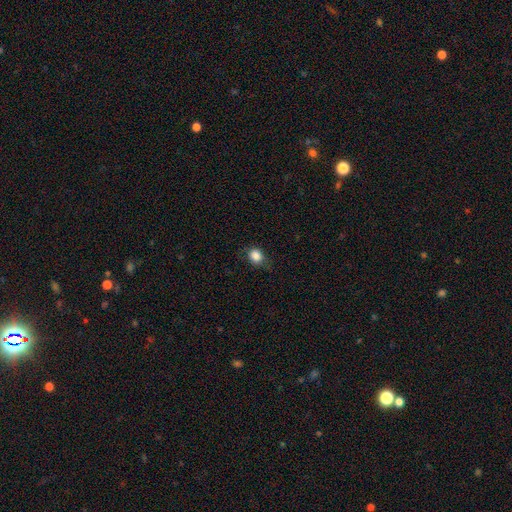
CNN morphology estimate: This is clearly a smooth galaxy (85%). How rounded: likely round (69%). Merging: likely none (74%).